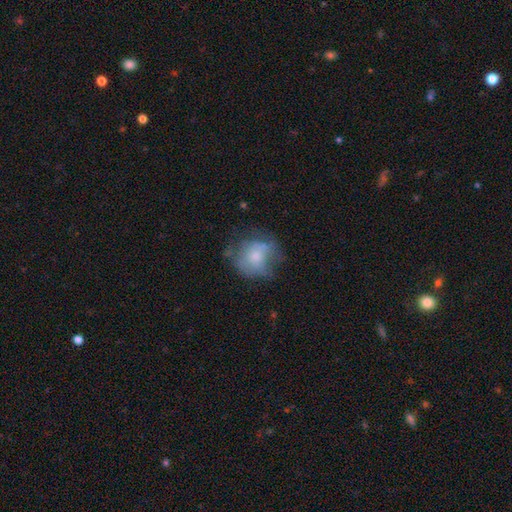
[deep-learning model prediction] smooth-or-featured: smooth: 55% | featured or disk: 36% | star or artifact: 9%
  how-rounded: round: 75% | in between: 24% | cigar-shaped: 1%
  merging: none: 48% | minor disturbance: 27% | major disturbance: 22% | merger: 4%